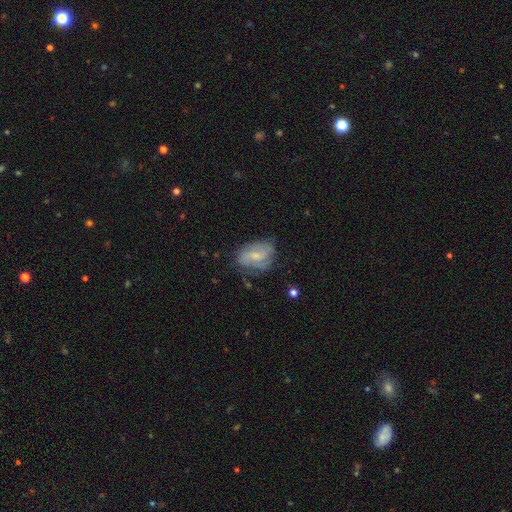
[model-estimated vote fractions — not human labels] Smooth or featured? featured or disk (62%)
Edge-on disk? no (97%)
Bar? weak (45%)
Spiral arms? yes (83%)
Spiral winding? medium (44%)
Spiral arm count? 2 (44%)
Bulge size? small (54%)
Merging? none (60%)